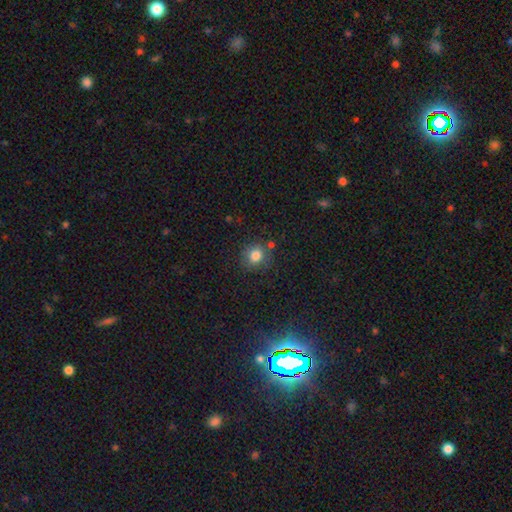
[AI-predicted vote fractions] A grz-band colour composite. It shows a smooth galaxy with no disk features (81%) that is round (78%). Merging: none (77%).